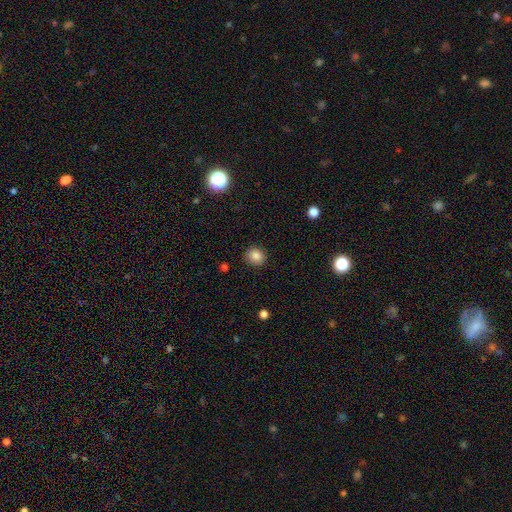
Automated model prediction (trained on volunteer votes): Smooth or featured? smooth (84%)
How rounded? round (81%)
Merging? none (90%)